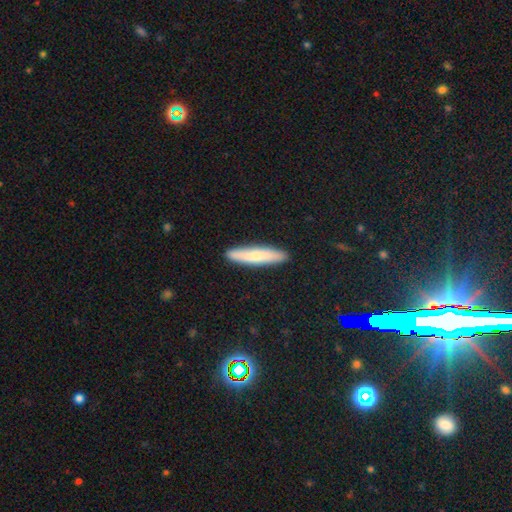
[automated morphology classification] smooth_or_featured: smooth (p=0.73) [alt: featured or disk p=0.21]
how_rounded: cigar-shaped (p=0.89) [alt: in between p=0.10]
merging: none (p=0.91) [alt: minor disturbance p=0.07]